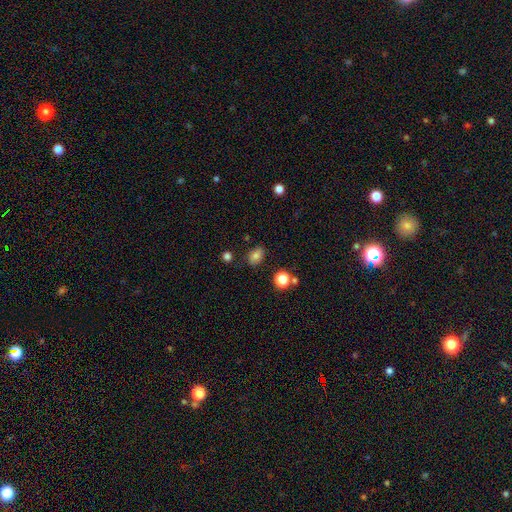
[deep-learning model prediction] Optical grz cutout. It shows a smooth galaxy with no disk features (78%) that is in between round and cigar-shaped (72%). Merging: none (82%).